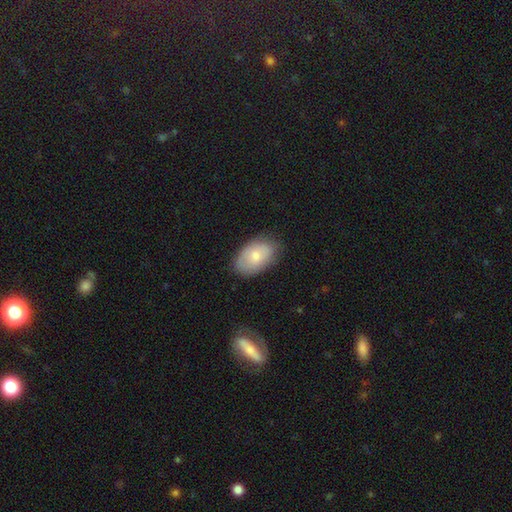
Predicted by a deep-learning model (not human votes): This appears to be a smooth galaxy with no disk features (73%) that is in between round and cigar-shaped (91%). Merging: none (78%).